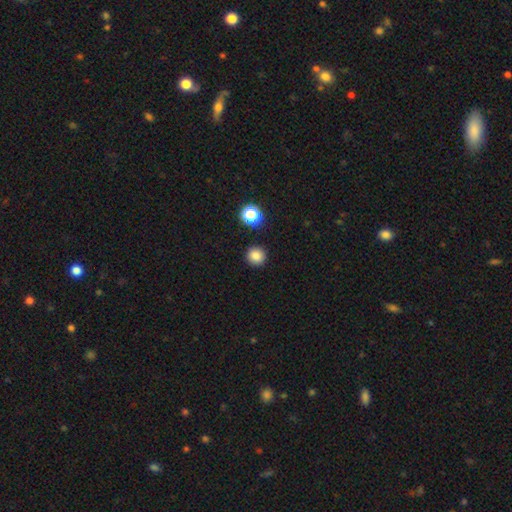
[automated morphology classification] smooth 83%, star or artifact 12%, featured or disk 4%. Down the decision tree: how rounded — round (93%); merging — none (91%).